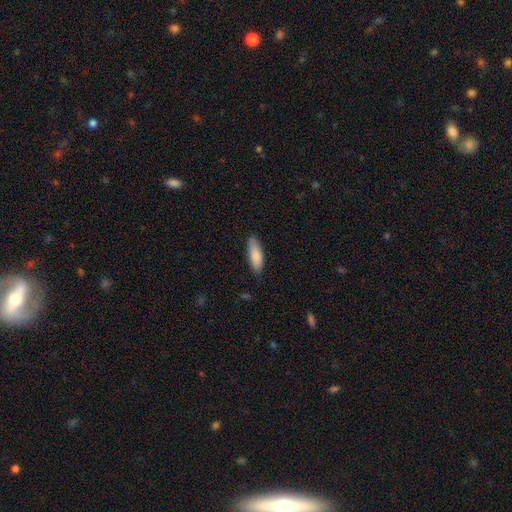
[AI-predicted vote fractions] Overall: smooth (83%). How rounded: cigar-shaped (49%, tied with in between). Merging: none (84%).